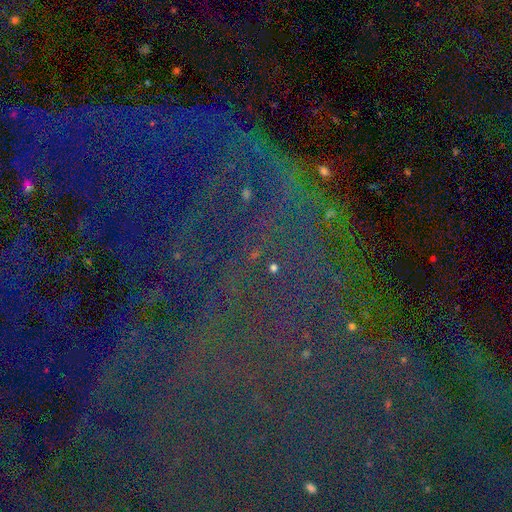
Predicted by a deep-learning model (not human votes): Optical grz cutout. It shows a star or artifact, not a galaxy (84%).